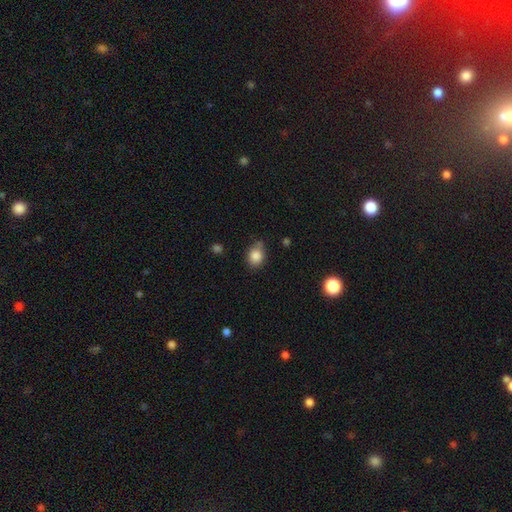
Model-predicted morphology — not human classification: Smooth or featured?
  - smooth: 85% *
  - star or artifact: 10%
  - featured or disk: 5%
How rounded?
  - round: 58% *
  - in between: 41%
  - cigar-shaped: 1%
Merging?
  - none: 62% *
  - minor disturbance: 27%
  - major disturbance: 6%
  - merger: 5%